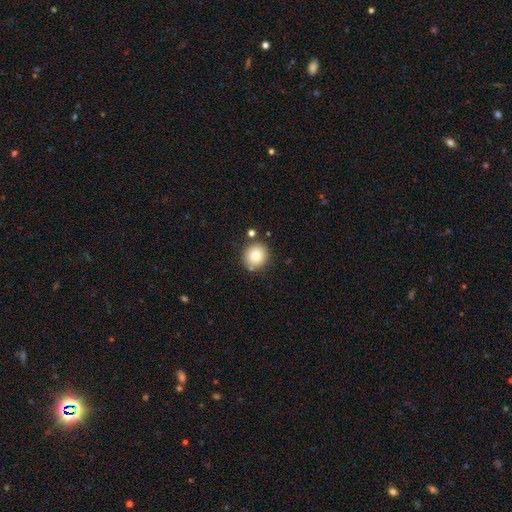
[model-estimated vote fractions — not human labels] Overall: smooth (82%). How rounded: round (88%). Merging: none (83%).